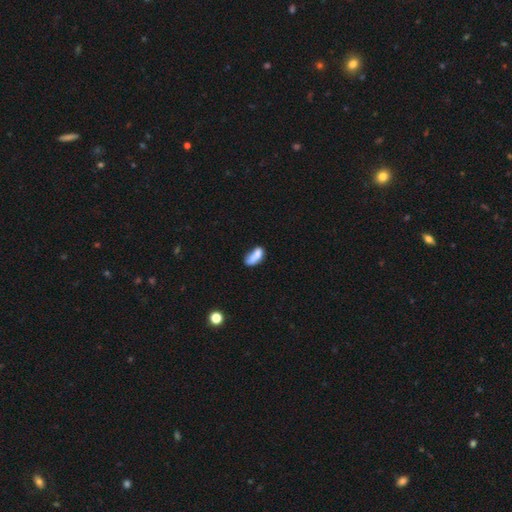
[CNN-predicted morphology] A smooth galaxy with no disk features (74%) that is in between round and cigar-shaped (80%).

Vote fractions:
- Smooth or featured? smooth: 74% / featured or disk: 16% / star or artifact: 10%
- How rounded? in between: 80% / cigar-shaped: 16% / round: 4%
- Merging? none: 35% / minor disturbance: 26% / merger: 23% / major disturbance: 16%